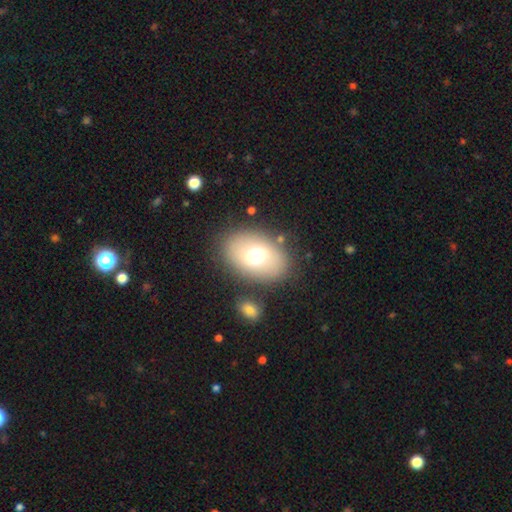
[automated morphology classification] Smooth or featured?
  - smooth: 68% *
  - featured or disk: 20%
  - star or artifact: 12%
How rounded?
  - in between: 73% *
  - round: 25%
  - cigar-shaped: 1%
Merging?
  - none: 80% *
  - minor disturbance: 10%
  - merger: 5%
  - major disturbance: 5%